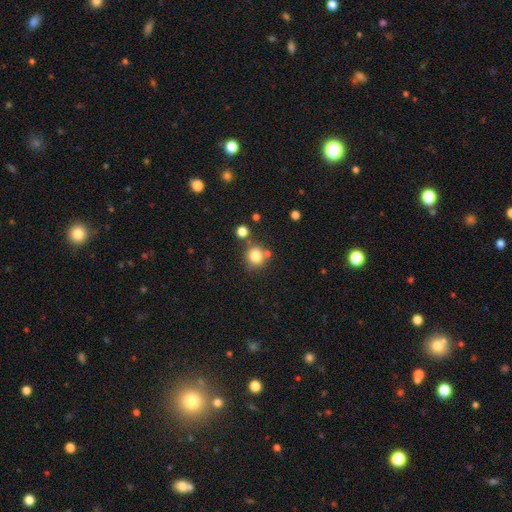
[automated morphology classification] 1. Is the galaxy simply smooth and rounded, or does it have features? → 80% smooth, 12% star or artifact, 8% featured or disk.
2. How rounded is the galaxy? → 87% round, 12% in between, 1% cigar-shaped.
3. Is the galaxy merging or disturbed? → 68% none, 16% merger, 12% minor disturbance, 4% major disturbance.